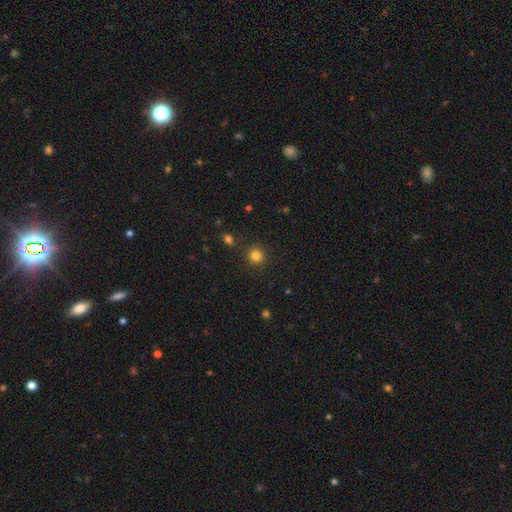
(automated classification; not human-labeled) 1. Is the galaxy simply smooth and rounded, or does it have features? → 82% smooth, 14% star or artifact, 4% featured or disk.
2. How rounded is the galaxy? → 94% round, 5% in between, 1% cigar-shaped.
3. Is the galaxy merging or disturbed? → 89% none, 6% minor disturbance, 2% merger, 2% major disturbance.